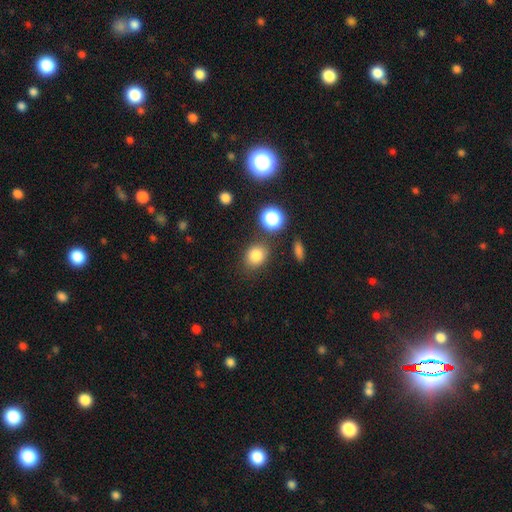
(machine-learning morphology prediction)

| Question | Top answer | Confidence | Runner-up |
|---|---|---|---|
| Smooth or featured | smooth | 82% | star or artifact (12%) |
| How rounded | round | 55% | in between (44%) |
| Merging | none | 76% | minor disturbance (13%) |